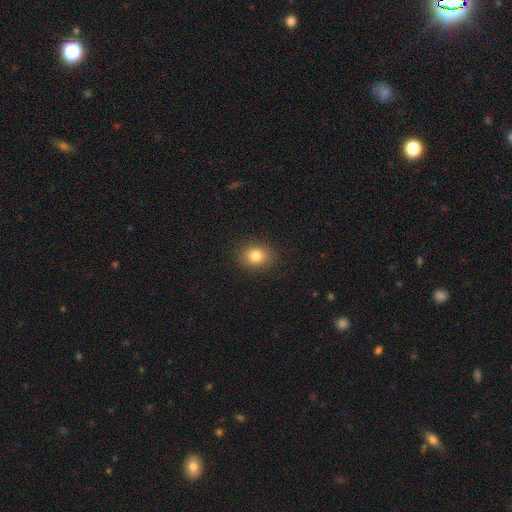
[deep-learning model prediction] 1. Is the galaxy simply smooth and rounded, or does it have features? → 83% smooth, 11% star or artifact, 7% featured or disk.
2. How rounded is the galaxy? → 57% round, 42% in between, 1% cigar-shaped.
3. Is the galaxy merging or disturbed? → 89% none, 8% minor disturbance, 2% major disturbance, 1% merger.